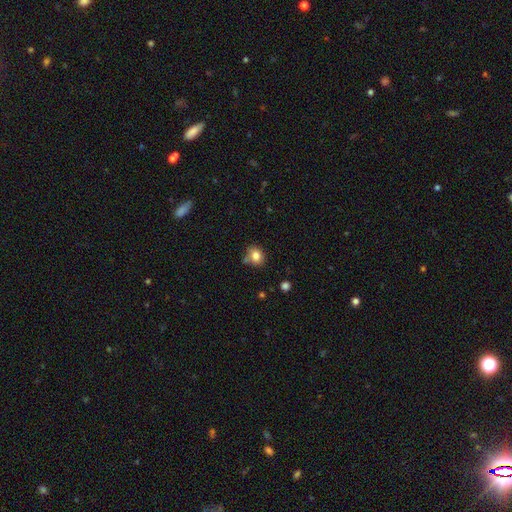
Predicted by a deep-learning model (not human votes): Smooth or featured? smooth (81%)
How rounded? round (67%)
Merging? none (66%)